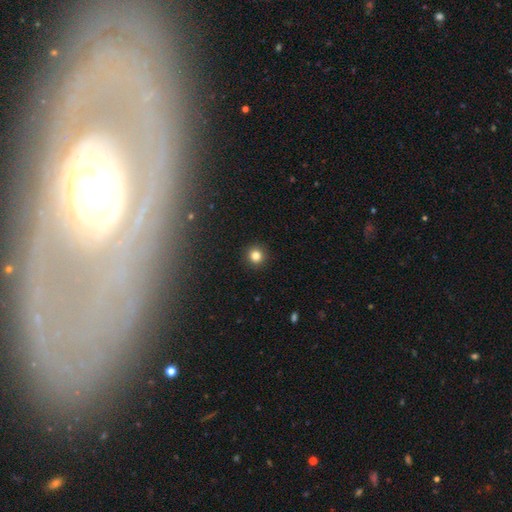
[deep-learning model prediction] smooth_or_featured: smooth (p=0.82) [alt: star or artifact p=0.13]
how_rounded: round (p=0.95) [alt: in between p=0.04]
merging: none (p=0.93) [alt: minor disturbance p=0.04]